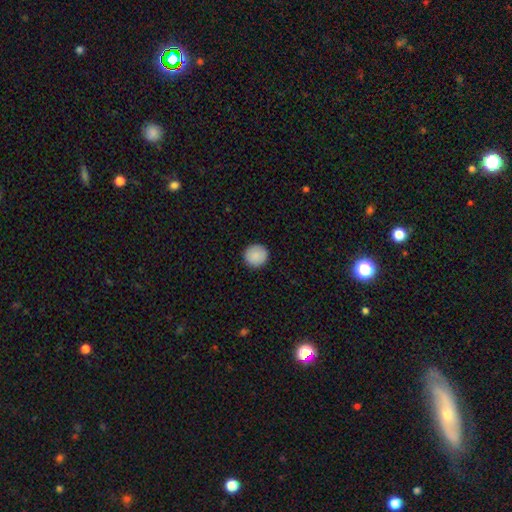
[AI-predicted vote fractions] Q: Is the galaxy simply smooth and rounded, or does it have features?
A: smooth — 89%.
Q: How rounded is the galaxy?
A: round — 94%.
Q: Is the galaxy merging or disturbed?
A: none — 92%.